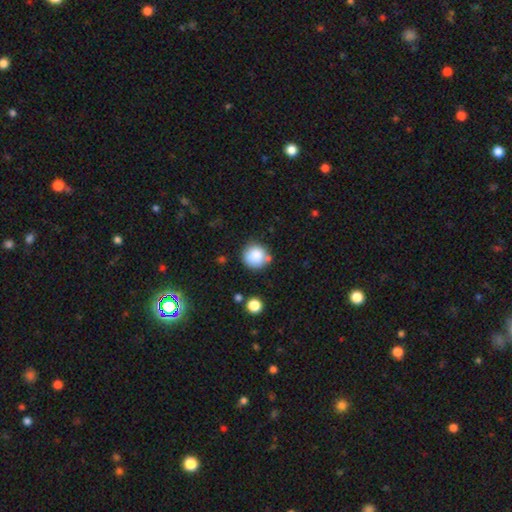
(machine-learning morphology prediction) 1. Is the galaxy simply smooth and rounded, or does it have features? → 85% smooth, 9% star or artifact, 6% featured or disk.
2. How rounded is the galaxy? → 93% round, 6% in between, 1% cigar-shaped.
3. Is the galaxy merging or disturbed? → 75% none, 13% minor disturbance, 8% merger, 4% major disturbance.